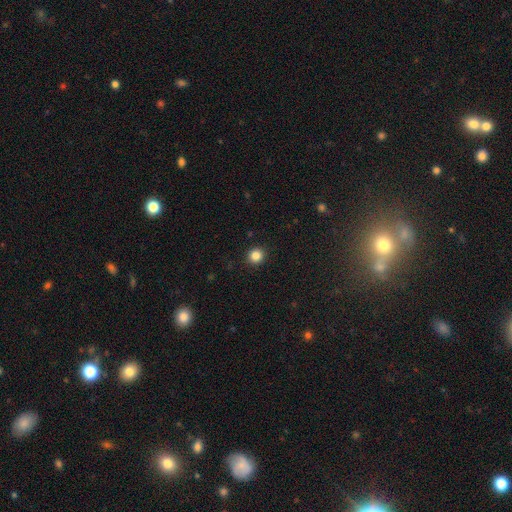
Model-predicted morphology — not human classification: Q: Smooth or featured?
A: smooth (84%); runner-up: star or artifact (12%)
Q: How rounded?
A: round (92%); runner-up: in between (7%)
Q: Merging?
A: none (92%); runner-up: minor disturbance (5%)